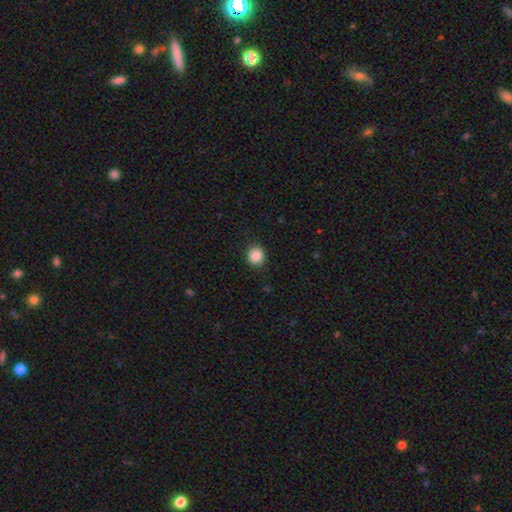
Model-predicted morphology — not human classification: smooth-or-featured: smooth: 87% | star or artifact: 9% | featured or disk: 4%
  how-rounded: round: 89% | in between: 10% | cigar-shaped: 1%
  merging: none: 90% | minor disturbance: 7% | major disturbance: 2% | merger: 1%